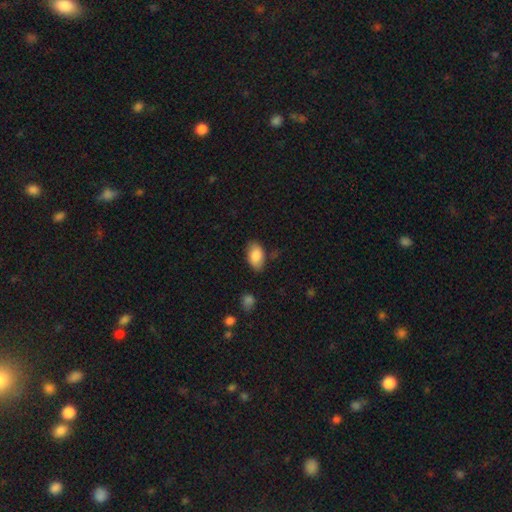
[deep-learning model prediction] smooth_or_featured: smooth (p=0.85) [alt: featured or disk p=0.09]
how_rounded: in between (p=0.93) [alt: round p=0.05]
merging: none (p=0.78) [alt: minor disturbance p=0.16]